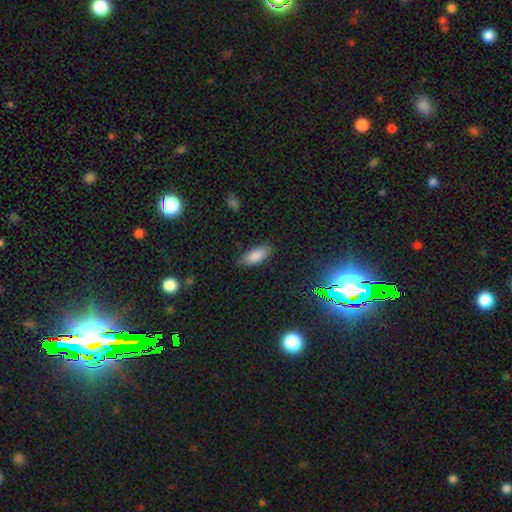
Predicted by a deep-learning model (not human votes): smooth-or-featured: smooth: 84% | star or artifact: 8% | featured or disk: 8%
  how-rounded: in between: 82% | cigar-shaped: 16% | round: 2%
  merging: none: 78% | minor disturbance: 18% | major disturbance: 3% | merger: 1%